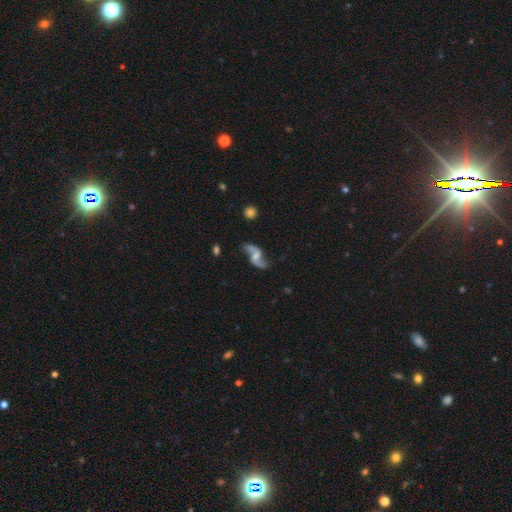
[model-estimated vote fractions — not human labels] Smooth or featured: featured or disk — 87% (smooth — 8%)
Edge-on disk: no — 96% (yes — 4%)
Bar: no — 45% (weak — 42%)
Spiral arms: yes — 96% (no — 4%)
Spiral winding: loose — 87% (medium — 10%)
Spiral arm count: 2 — 94% (1 — 2%)
Bulge size: small — 38% (none — 28%)
Merging: none — 74% (minor disturbance — 15%)